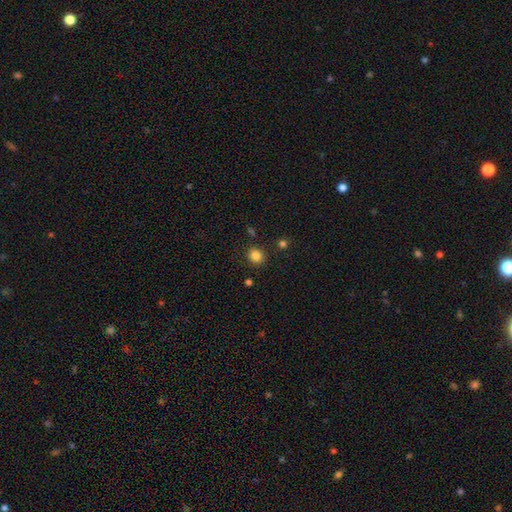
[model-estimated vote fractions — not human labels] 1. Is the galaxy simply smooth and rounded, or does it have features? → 84% smooth, 12% star or artifact, 4% featured or disk.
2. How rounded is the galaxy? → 85% round, 14% in between, 1% cigar-shaped.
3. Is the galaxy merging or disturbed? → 87% none, 8% minor disturbance, 3% merger, 3% major disturbance.